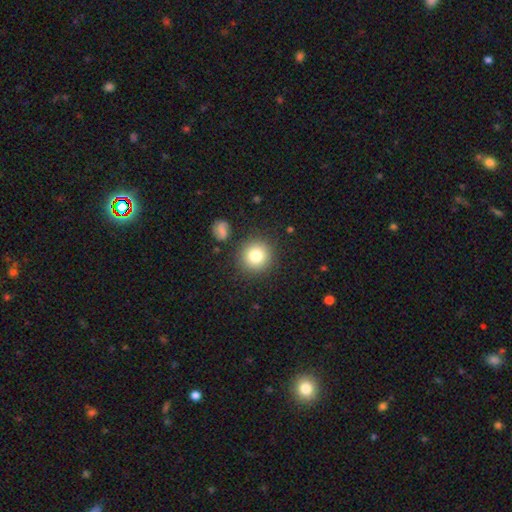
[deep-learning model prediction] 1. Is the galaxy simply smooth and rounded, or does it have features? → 79% smooth, 11% star or artifact, 9% featured or disk.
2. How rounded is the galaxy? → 93% round, 6% in between, 1% cigar-shaped.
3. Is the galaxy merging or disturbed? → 87% none, 7% minor disturbance, 3% merger, 3% major disturbance.